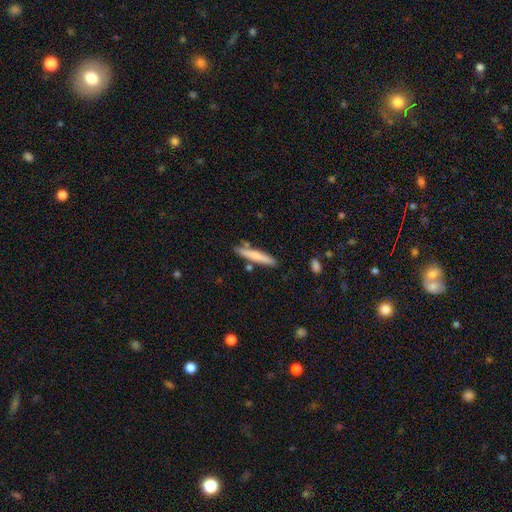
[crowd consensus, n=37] A smooth galaxy with no disk features (73%) that is cigar-shaped (85%).

Vote fractions:
- Smooth or featured? smooth: 73% / featured or disk: 24% / star or artifact: 3%
- How rounded? cigar-shaped: 85% / in between: 15% / round: 0%
- Merging? none: 81% / merger: 8% / minor disturbance: 6% / major disturbance: 6%